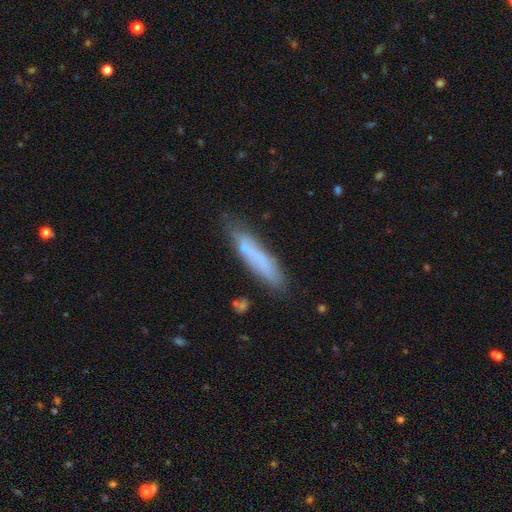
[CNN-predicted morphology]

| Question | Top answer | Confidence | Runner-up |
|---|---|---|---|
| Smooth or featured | smooth | 62% | featured or disk (30%) |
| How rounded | cigar-shaped | 86% | in between (13%) |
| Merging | none | 71% | minor disturbance (19%) |